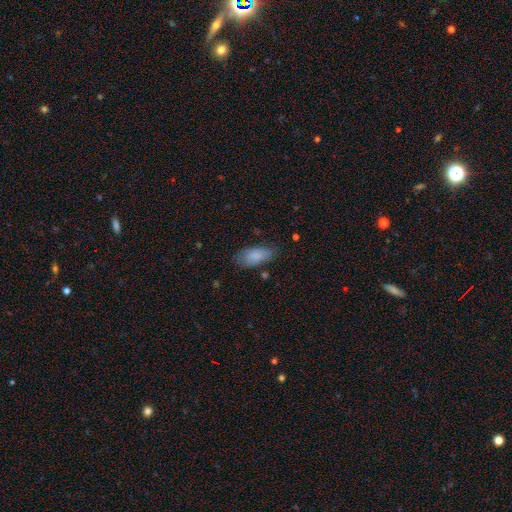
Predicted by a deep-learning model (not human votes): The model was most divided on "merging": none: 70%, minor disturbance: 22%, major disturbance: 5%, merger: 2%. More confident: how rounded — in between (88%); smooth or featured — smooth (85%).